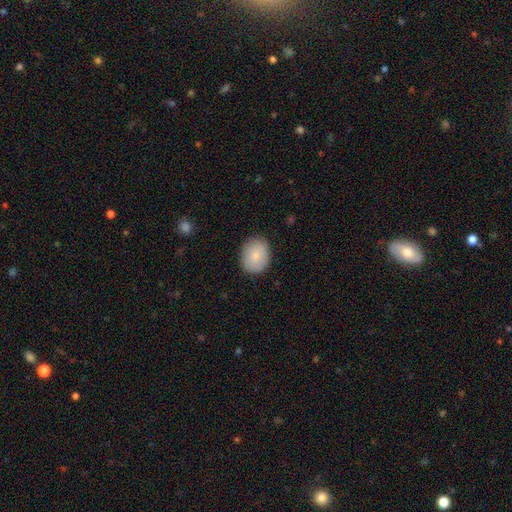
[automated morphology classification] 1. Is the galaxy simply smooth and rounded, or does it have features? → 84% smooth, 10% featured or disk, 6% star or artifact.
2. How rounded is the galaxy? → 55% in between, 44% round, 1% cigar-shaped.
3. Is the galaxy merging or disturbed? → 85% none, 12% minor disturbance, 2% major disturbance, 1% merger.